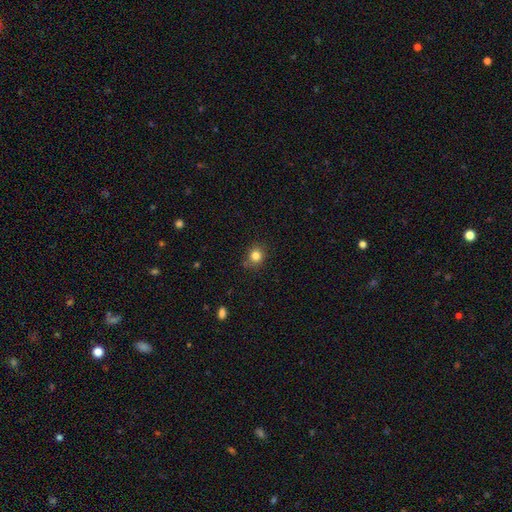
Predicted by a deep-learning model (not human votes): smooth 82%, star or artifact 12%, featured or disk 6%. Down the decision tree: how rounded — round (83%); merging — none (81%).